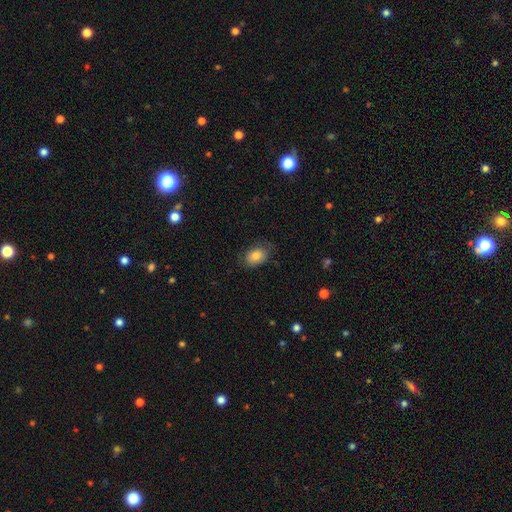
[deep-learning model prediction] Overall: smooth (81%). How rounded: in between (79%). Merging: none (72%).